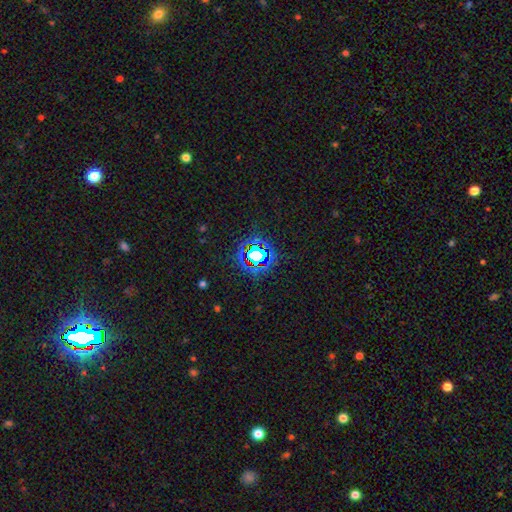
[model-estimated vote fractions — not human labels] smooth-or-featured: star or artifact: 72% | smooth: 17% | featured or disk: 11%